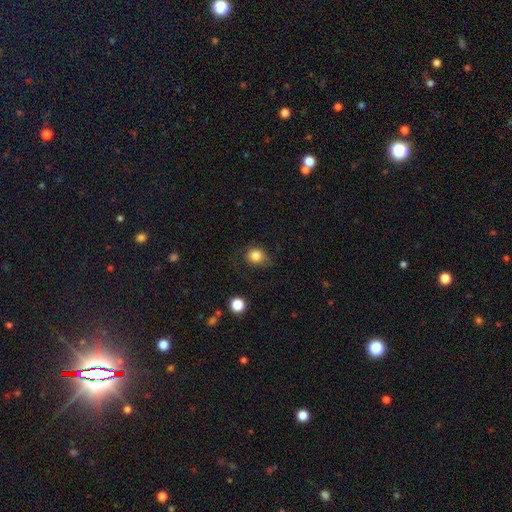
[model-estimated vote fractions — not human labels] Smooth or featured: smooth — 83% (star or artifact — 11%)
How rounded: round — 69% (in between — 30%)
Merging: none — 63% (minor disturbance — 26%)